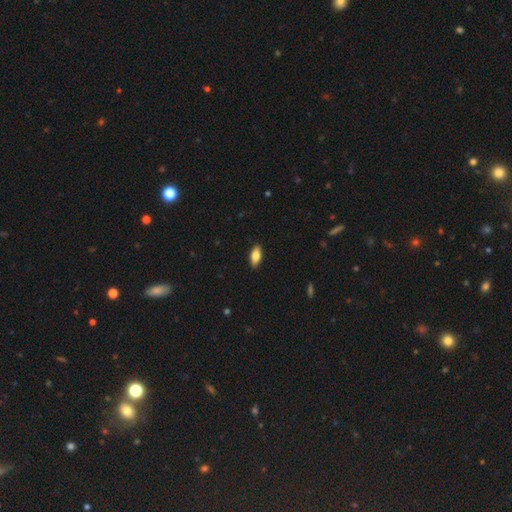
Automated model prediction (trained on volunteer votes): smooth 82%, featured or disk 12%, star or artifact 7%. Down the decision tree: how rounded — in between (88%); merging — none (90%).